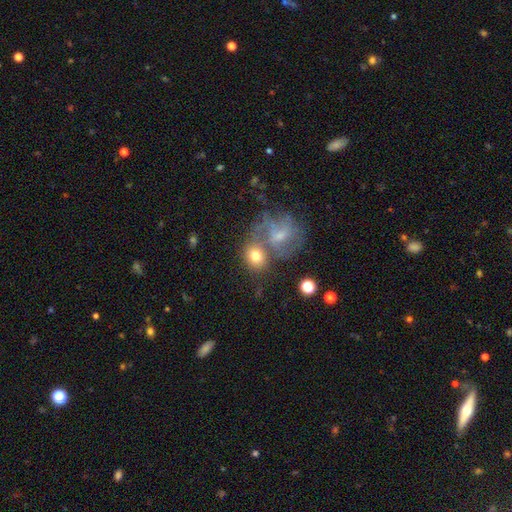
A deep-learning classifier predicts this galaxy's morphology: A smooth galaxy with no disk features (69%) that is round (63%).

Vote fractions:
- Smooth or featured? smooth: 69% / featured or disk: 19% / star or artifact: 12%
- How rounded? round: 63% / in between: 35% / cigar-shaped: 1%
- Merging? none: 39% / merger: 38% / minor disturbance: 13% / major disturbance: 9%